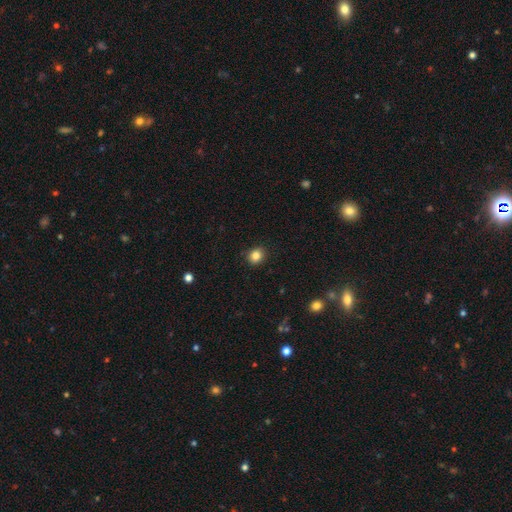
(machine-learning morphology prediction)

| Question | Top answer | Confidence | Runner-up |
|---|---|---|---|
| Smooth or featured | smooth | 84% | star or artifact (11%) |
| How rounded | round | 76% | in between (23%) |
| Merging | none | 90% | minor disturbance (7%) |